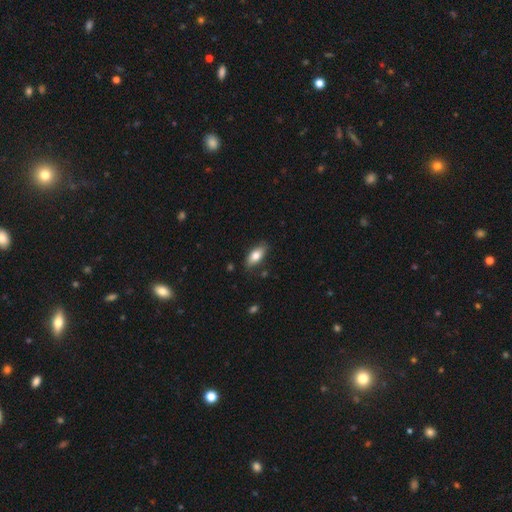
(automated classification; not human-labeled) Morphology: type=smooth (78%); roundness=in between (86%); merging=none (81%).